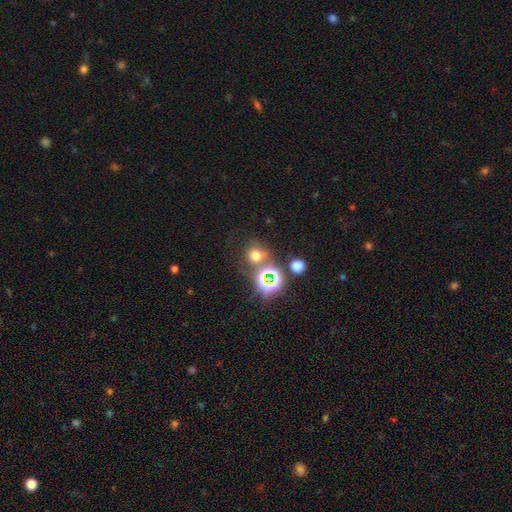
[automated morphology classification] Smooth or featured? Predicted: smooth (p=0.59). How rounded? Predicted: round (p=0.84). Merging? Predicted: none (p=0.64).